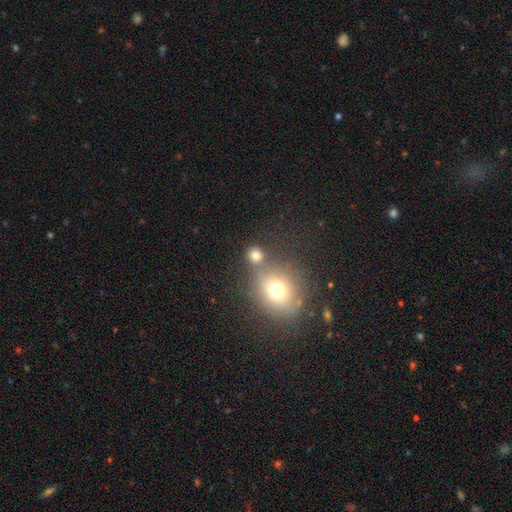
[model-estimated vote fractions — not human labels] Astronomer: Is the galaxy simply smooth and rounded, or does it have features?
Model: smooth — 77%.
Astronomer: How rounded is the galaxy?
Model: round — 85%.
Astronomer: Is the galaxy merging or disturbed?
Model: none — 62%.